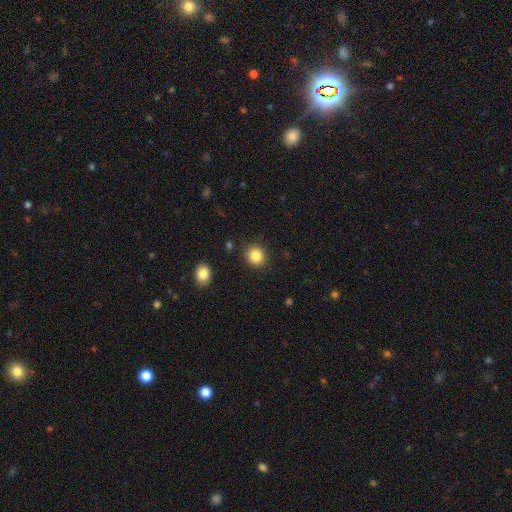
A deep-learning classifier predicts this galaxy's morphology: This is clearly a smooth galaxy (85%). How rounded: clearly round (83%). Merging: clearly none (89%).